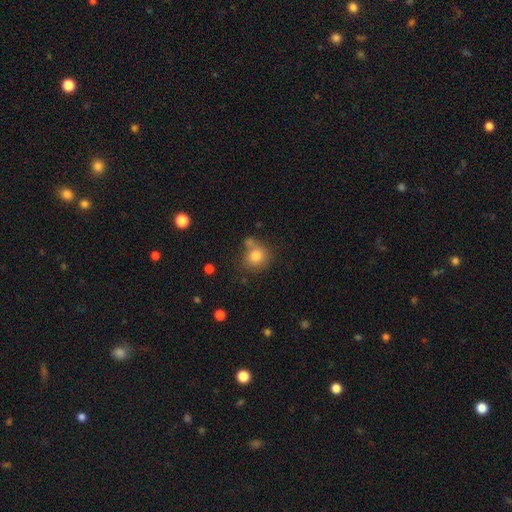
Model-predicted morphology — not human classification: This is likely a smooth galaxy (80%). How rounded: clearly round (83%). Merging: likely none (61%).